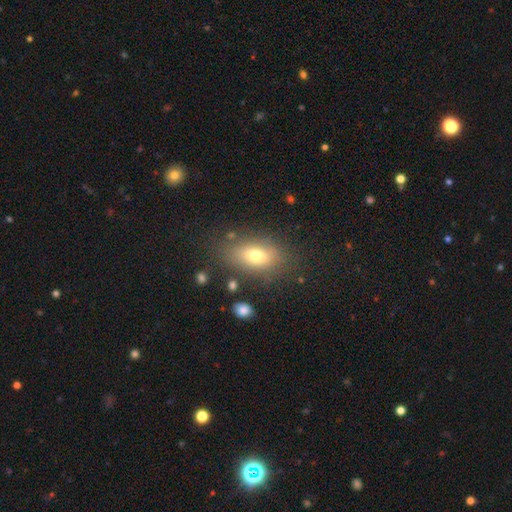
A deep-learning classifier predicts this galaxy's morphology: This is likely a smooth galaxy (71%). How rounded: clearly in between (83%). Merging: likely none (77%).